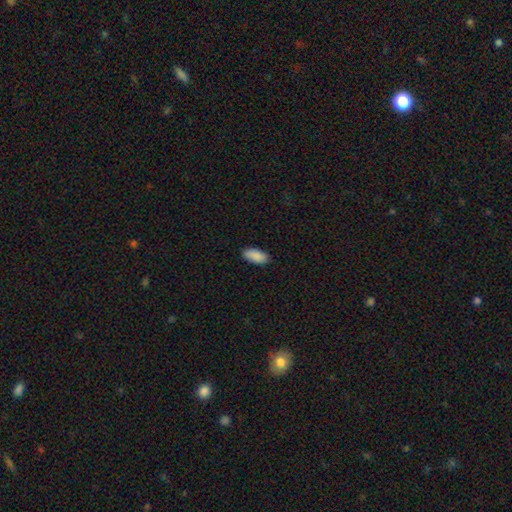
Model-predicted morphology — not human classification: type=smooth (90%); roundness=in between (91%); merging=none (87%).